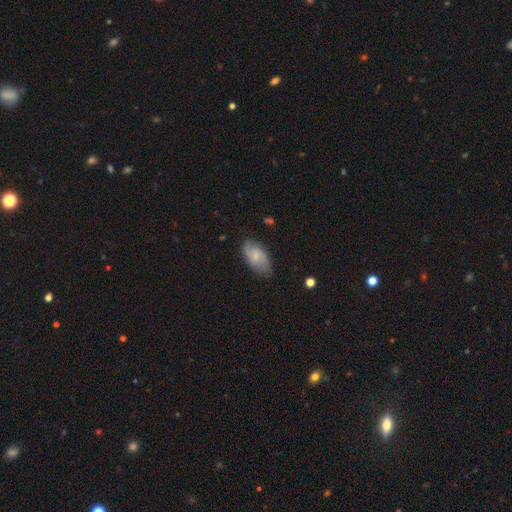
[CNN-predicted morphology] This is possibly a smooth galaxy (55%). How rounded: clearly in between (92%). Merging: likely none (73%).